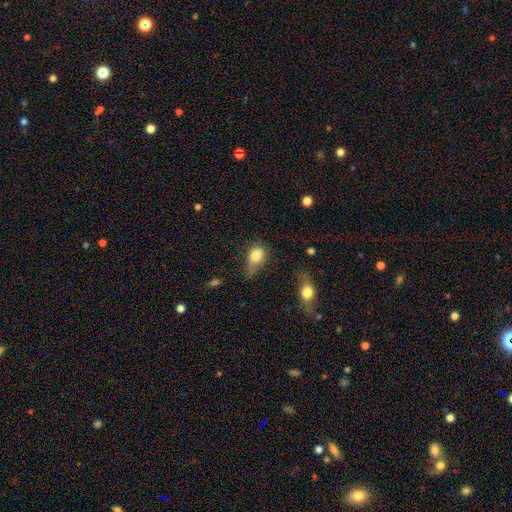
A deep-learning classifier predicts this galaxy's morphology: Overall: smooth (78%). How rounded: in between (71%). Merging: minor disturbance (37%; none 31%).